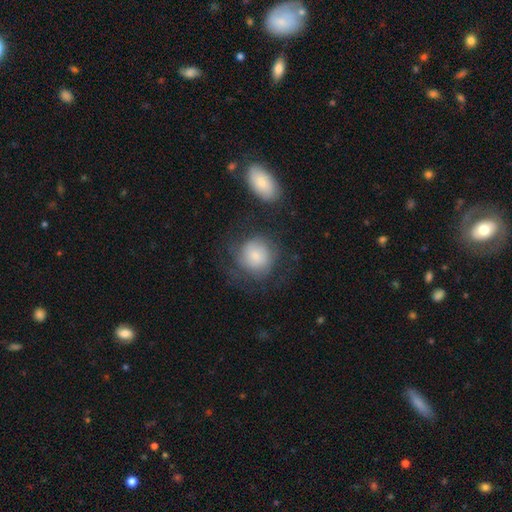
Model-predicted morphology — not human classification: Smooth or featured? Predicted: smooth (p=0.69). How rounded? Predicted: round (p=0.86). Merging? Predicted: none (p=0.59).